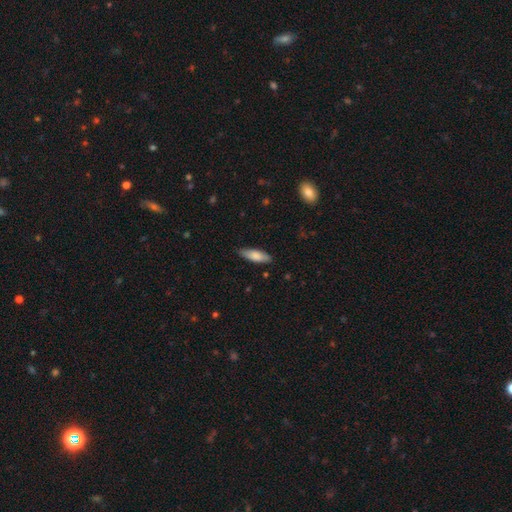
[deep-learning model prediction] smooth_or_featured: smooth (p=0.79) [alt: featured or disk p=0.15]
how_rounded: in between (p=0.56) [alt: cigar-shaped p=0.42]
merging: none (p=0.84) [alt: minor disturbance p=0.12]